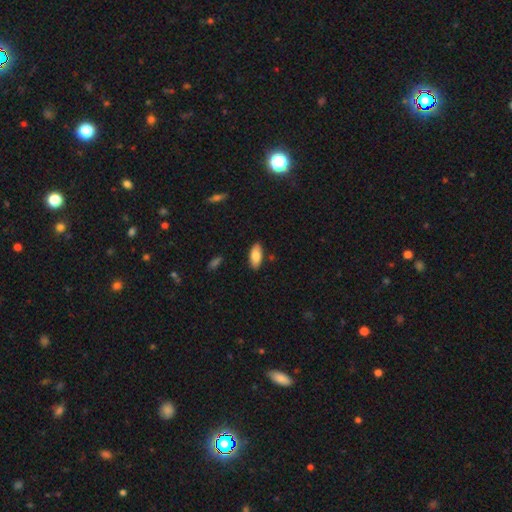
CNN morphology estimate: Overall: smooth (82%). How rounded: in between (88%). Merging: none (86%).